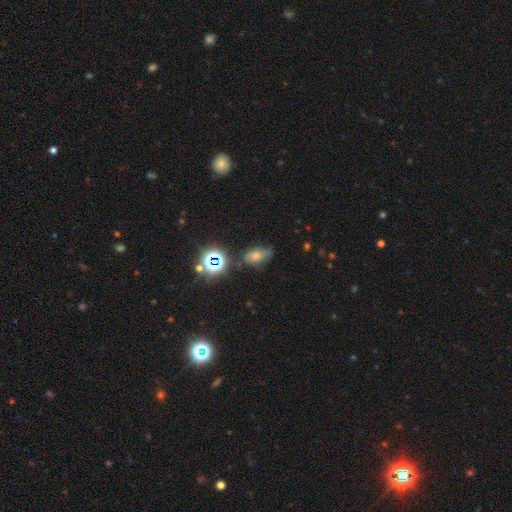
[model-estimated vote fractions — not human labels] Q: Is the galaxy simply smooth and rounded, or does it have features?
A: smooth — 40%.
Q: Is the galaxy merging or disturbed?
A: none — 65%.